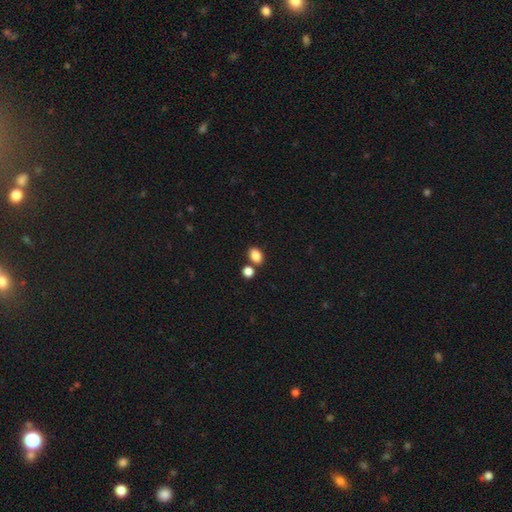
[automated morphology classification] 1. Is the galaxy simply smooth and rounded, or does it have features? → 86% smooth, 9% star or artifact, 4% featured or disk.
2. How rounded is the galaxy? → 74% in between, 25% round, 1% cigar-shaped.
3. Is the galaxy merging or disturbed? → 67% none, 20% merger, 10% minor disturbance, 3% major disturbance.